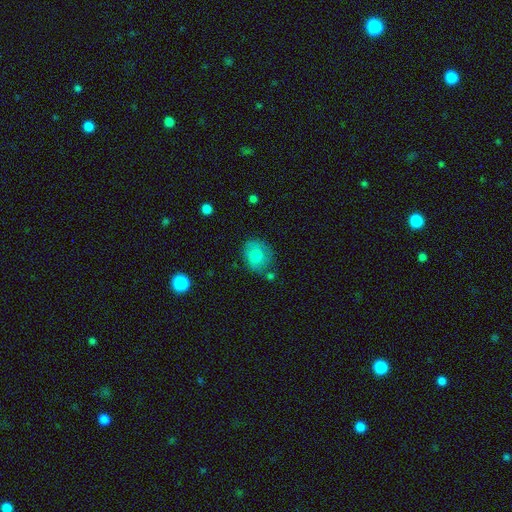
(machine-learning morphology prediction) Smooth or featured: smooth — 70% (featured or disk — 22%)
How rounded: round — 56% (in between — 42%)
Merging: none — 61% (minor disturbance — 24%)